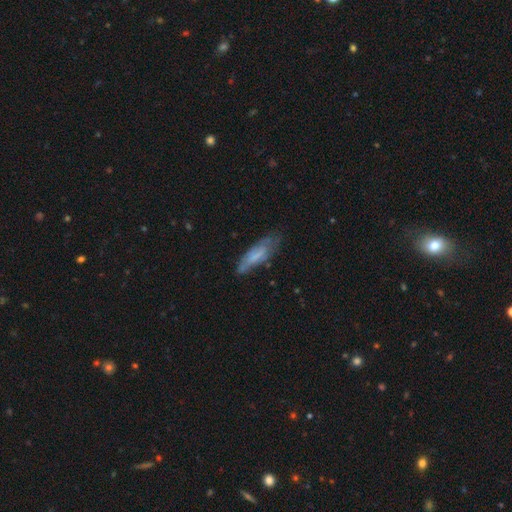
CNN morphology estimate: Smooth or featured? Predicted: smooth (p=0.54). How rounded? Predicted: cigar-shaped (p=0.54). Merging? Predicted: none (p=0.54).